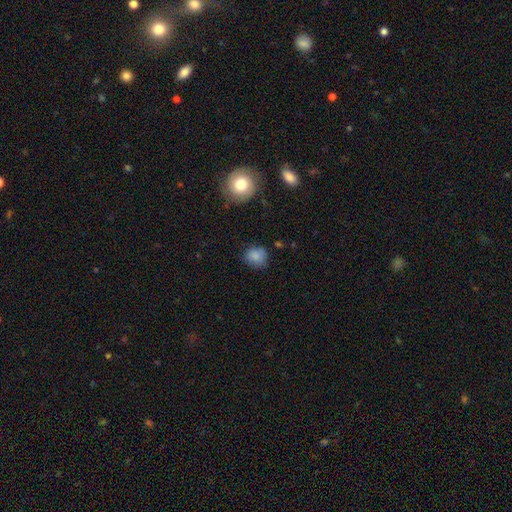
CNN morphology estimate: Overall: smooth (84%). How rounded: round (74%). Merging: none (73%).